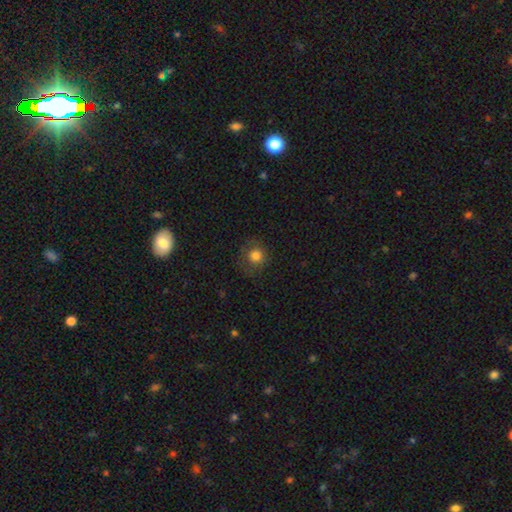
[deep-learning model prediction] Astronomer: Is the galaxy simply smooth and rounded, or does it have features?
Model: smooth — 80%.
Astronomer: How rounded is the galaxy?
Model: round — 91%.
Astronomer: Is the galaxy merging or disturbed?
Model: none — 79%.